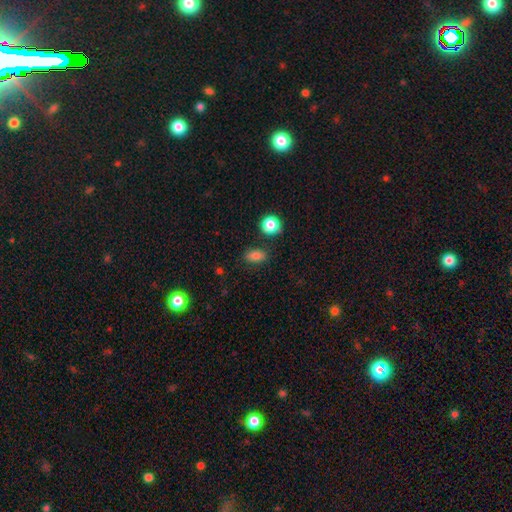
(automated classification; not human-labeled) Smooth or featured: smooth — 81% (star or artifact — 12%)
How rounded: in between — 80% (round — 17%)
Merging: none — 81% (minor disturbance — 12%)